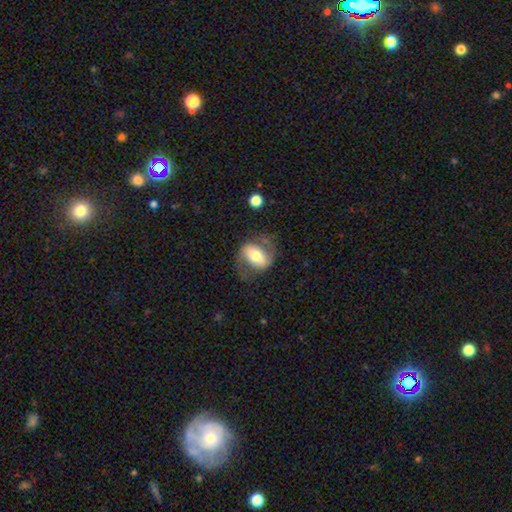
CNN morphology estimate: This is possibly a featured or disk galaxy (58%). It is clearly not viewed edge-on (93%). Bar: possibly strong (47%). Spiral arm pattern: likely yes (74%). Central bulge: possibly moderate (58%). Merging: possibly none (59%).